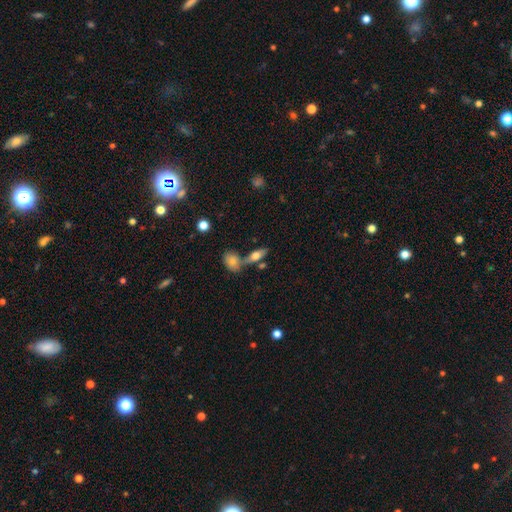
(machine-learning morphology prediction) type=smooth (61%); roundness=in between (63%); merging=none (56%).